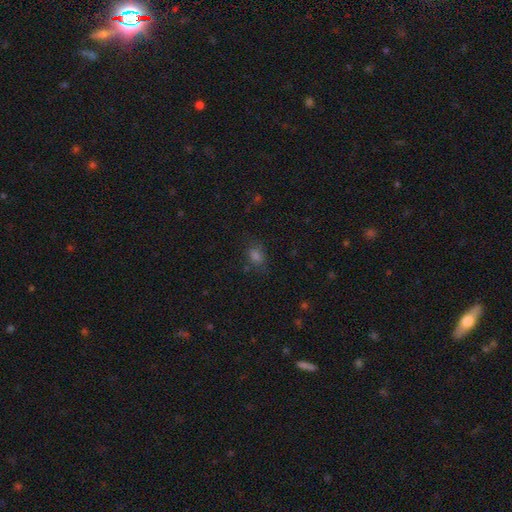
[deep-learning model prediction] Q: Smooth or featured?
A: smooth (66%); runner-up: star or artifact (26%)
Q: How rounded?
A: in between (58%); runner-up: round (40%)
Q: Merging?
A: none (76%); runner-up: minor disturbance (16%)